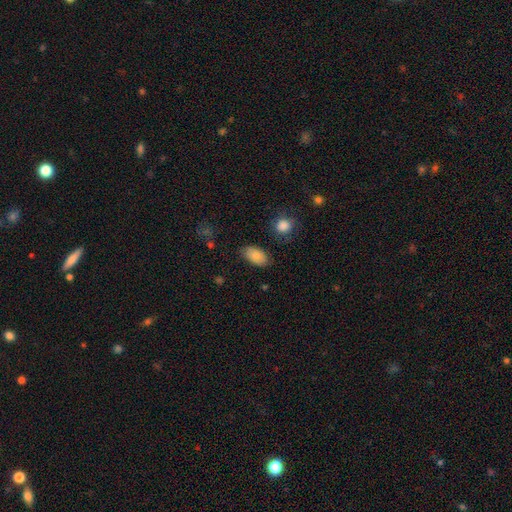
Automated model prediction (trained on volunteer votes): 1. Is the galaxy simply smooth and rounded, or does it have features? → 84% smooth, 8% featured or disk, 8% star or artifact.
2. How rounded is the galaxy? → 93% in between, 5% round, 2% cigar-shaped.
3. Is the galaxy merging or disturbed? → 78% none, 16% minor disturbance, 4% major disturbance, 2% merger.